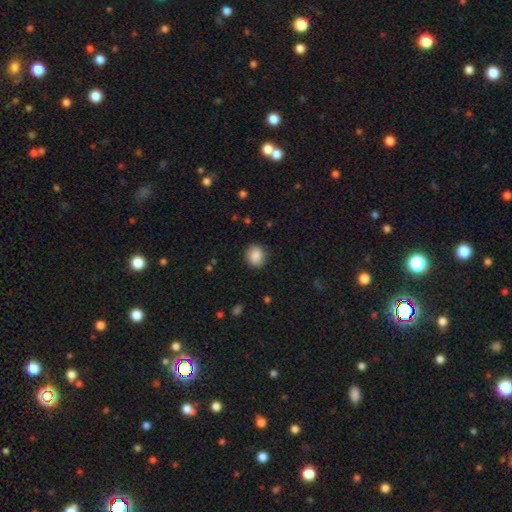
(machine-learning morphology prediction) This is clearly a smooth galaxy (87%). How rounded: likely round (76%). Merging: clearly none (85%).